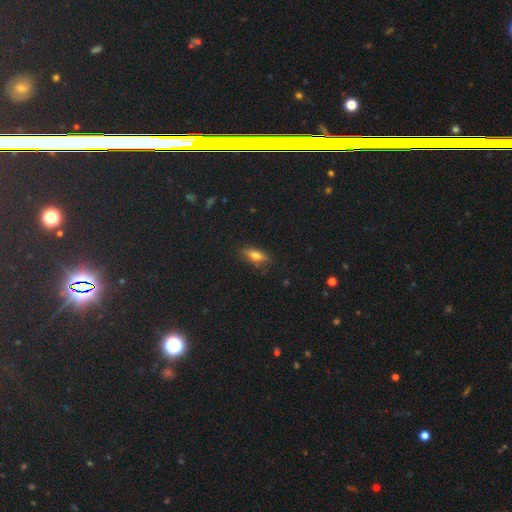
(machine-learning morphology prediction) Smooth or featured: smooth — 70% (featured or disk — 19%)
How rounded: in between — 69% (cigar-shaped — 26%)
Merging: none — 81% (minor disturbance — 14%)